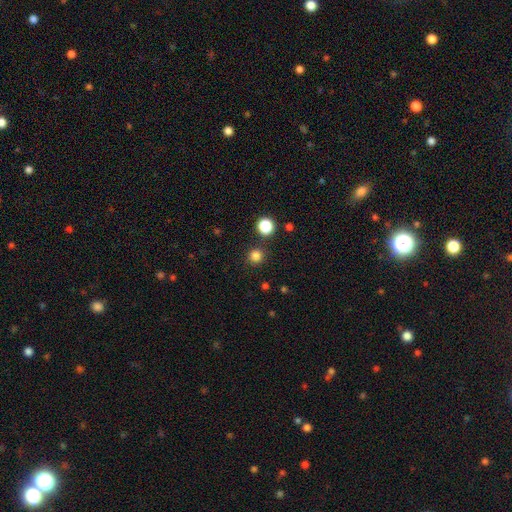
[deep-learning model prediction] Smooth or featured? Predicted: smooth (p=0.81). How rounded? Predicted: round (p=0.94). Merging? Predicted: none (p=0.88).